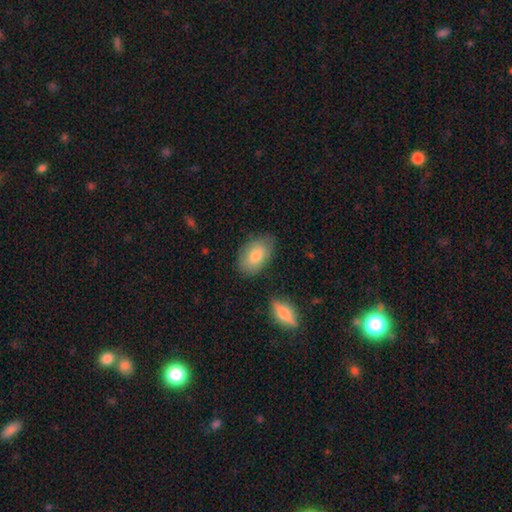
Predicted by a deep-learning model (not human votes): Smooth or featured? smooth (81%)
How rounded? in between (91%)
Merging? none (77%)